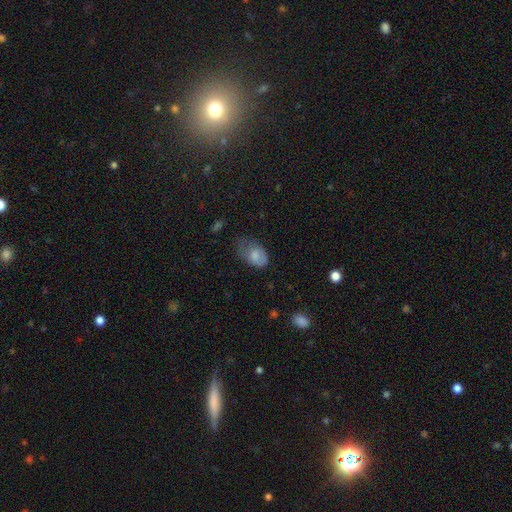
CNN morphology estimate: Smooth or featured? smooth (76%)
How rounded? in between (88%)
Merging? minor disturbance (39%)